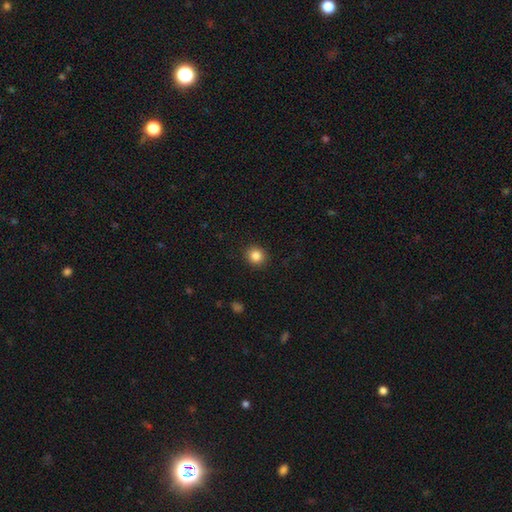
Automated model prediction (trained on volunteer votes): This appears to be a smooth galaxy with no disk features (85%) that is round (87%). Merging: none (91%).